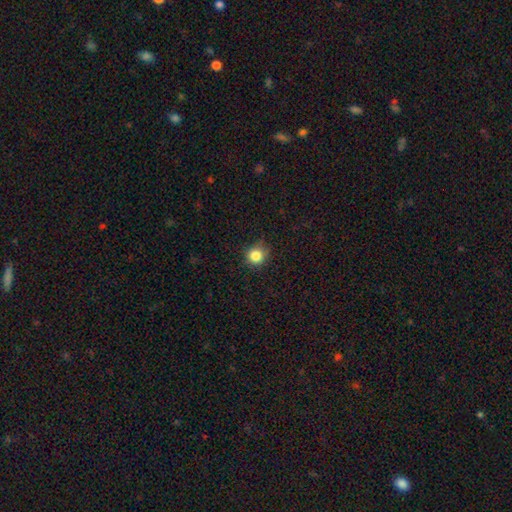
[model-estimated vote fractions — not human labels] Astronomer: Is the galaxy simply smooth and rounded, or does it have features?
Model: smooth — 85%.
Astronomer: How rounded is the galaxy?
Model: round — 90%.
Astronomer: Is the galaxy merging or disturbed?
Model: none — 77%.